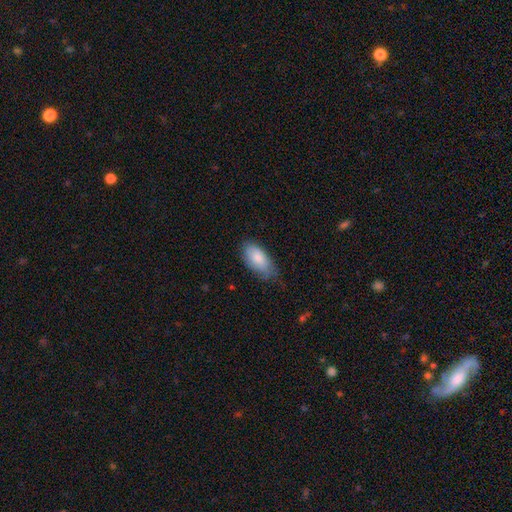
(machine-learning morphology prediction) smooth 81%, featured or disk 13%, star or artifact 6%. Down the decision tree: how rounded — in between (90%); merging — none (59%).